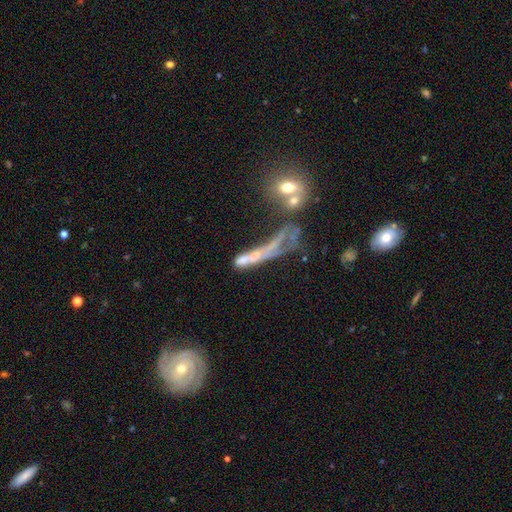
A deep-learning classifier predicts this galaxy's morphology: Q: Smooth or featured?
A: featured or disk (50%); runner-up: smooth (33%)
Q: Edge-on disk?
A: no (63%); runner-up: yes (37%)
Q: Merging?
A: merger (34%); tied with: major disturbance (34%)